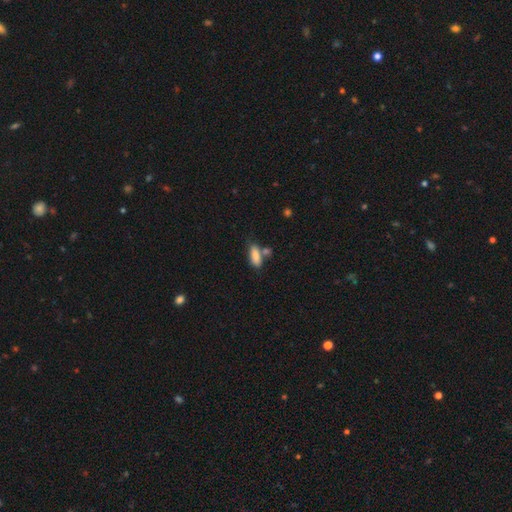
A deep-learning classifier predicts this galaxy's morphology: Overall: smooth (85%). How rounded: in between (71%). Merging: none (56%; merger 22%).